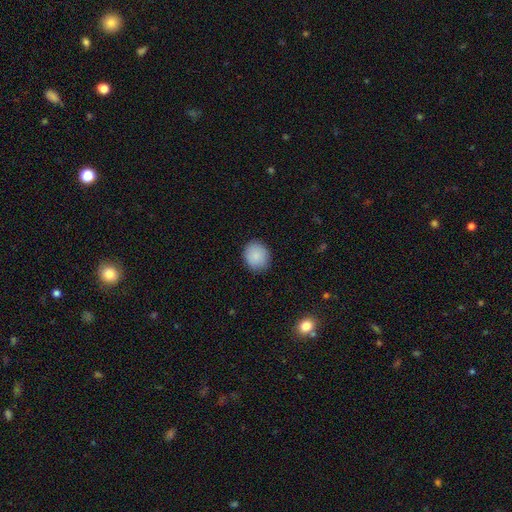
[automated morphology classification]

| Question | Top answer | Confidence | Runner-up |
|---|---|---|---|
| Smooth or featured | smooth | 87% | star or artifact (8%) |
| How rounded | round | 73% | in between (26%) |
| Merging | none | 86% | minor disturbance (10%) |